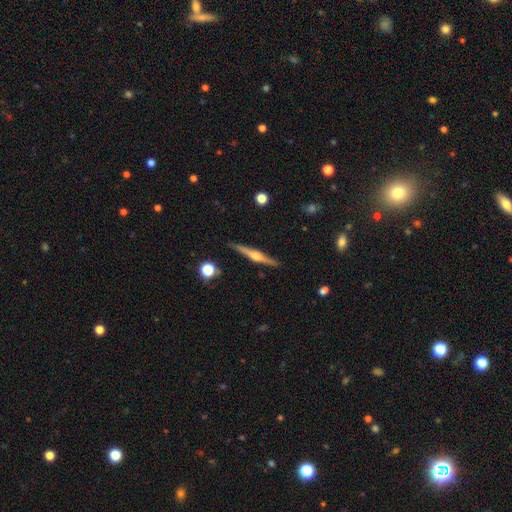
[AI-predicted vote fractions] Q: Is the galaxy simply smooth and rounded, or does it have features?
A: featured or disk — 77%.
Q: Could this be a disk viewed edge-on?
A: yes — 98%.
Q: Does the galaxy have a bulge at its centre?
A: rounded — 92%.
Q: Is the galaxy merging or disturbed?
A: none — 89%.